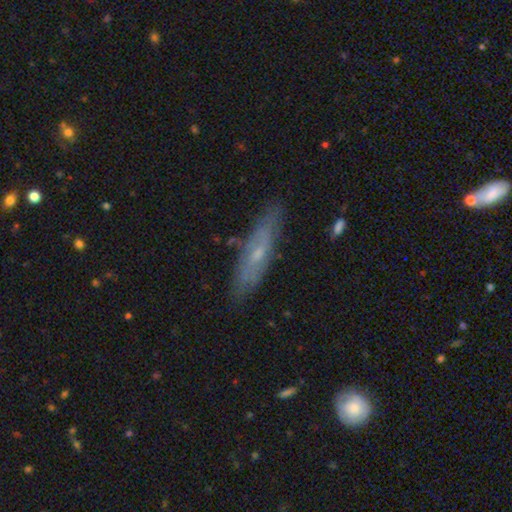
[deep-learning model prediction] featured or disk 55%, smooth 37%, star or artifact 8%. Down the decision tree: edge-on disk — yes (58%); merging — none (81%).